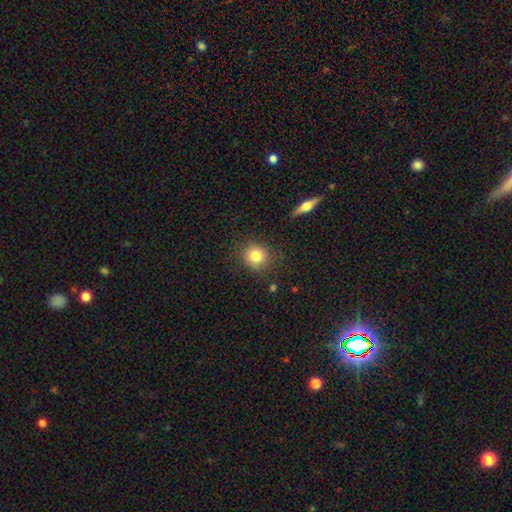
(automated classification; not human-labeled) The model was most divided on "smooth or featured": smooth: 81%, star or artifact: 11%, featured or disk: 8%. More confident: how rounded — round (85%); merging — none (84%).